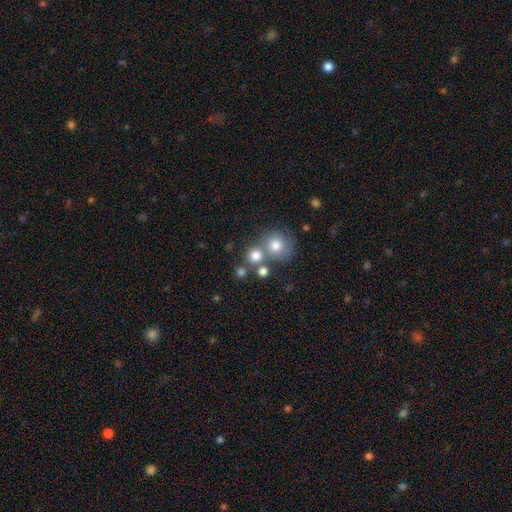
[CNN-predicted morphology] Smooth or featured: smooth — 76% (star or artifact — 12%)
How rounded: round — 88% (in between — 11%)
Merging: none — 54% (merger — 34%)